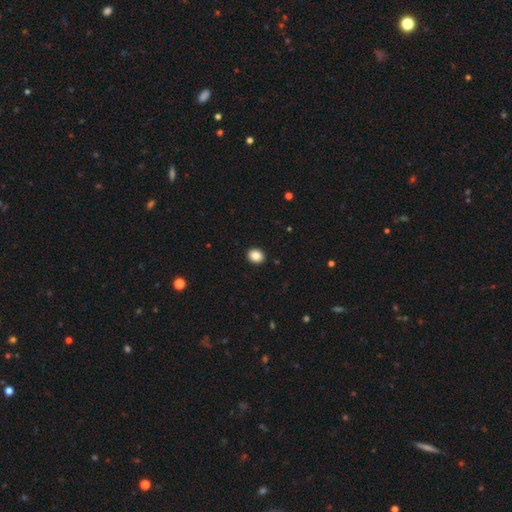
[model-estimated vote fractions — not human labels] Smooth or featured: smooth — 85% (star or artifact — 9%)
How rounded: round — 64% (in between — 35%)
Merging: none — 93% (minor disturbance — 5%)